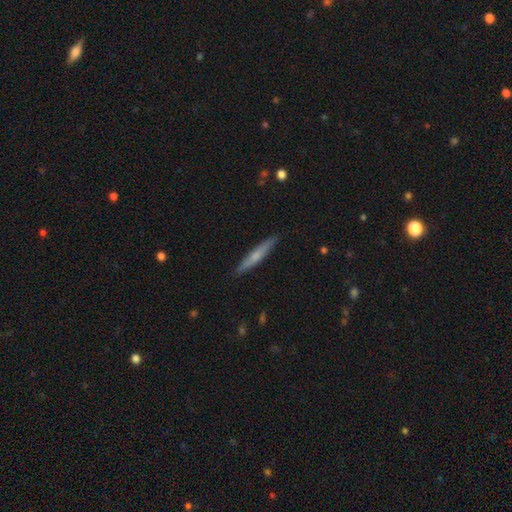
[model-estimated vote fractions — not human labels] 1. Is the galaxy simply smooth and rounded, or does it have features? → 53% smooth, 41% featured or disk, 6% star or artifact.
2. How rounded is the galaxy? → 95% cigar-shaped, 4% in between, 1% round.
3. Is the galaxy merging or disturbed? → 90% none, 7% minor disturbance, 1% major disturbance, 1% merger.